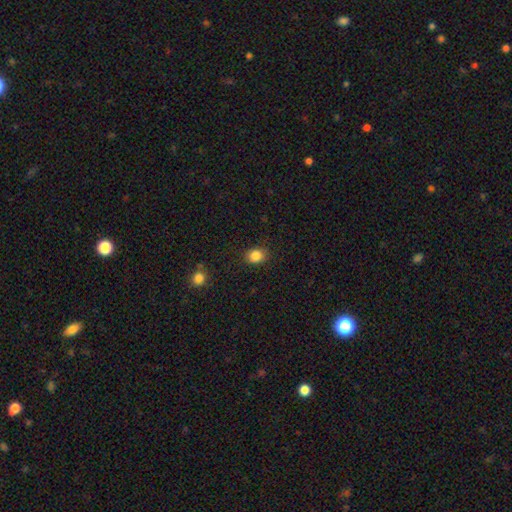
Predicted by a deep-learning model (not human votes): This appears to be a smooth galaxy with no disk features (85%) that is round (55%). Merging: none (86%).